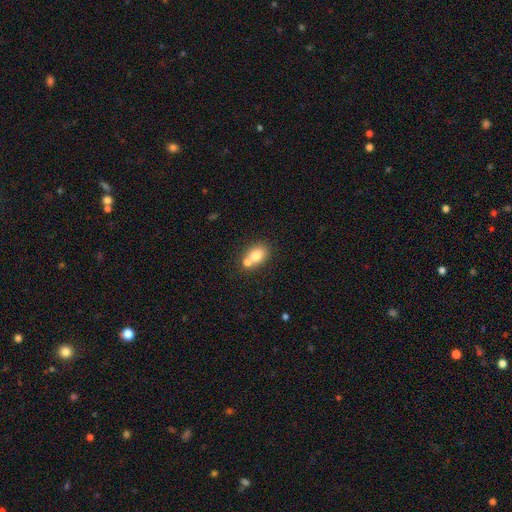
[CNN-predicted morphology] This appears to be a smooth galaxy with no disk features (77%) that is in between round and cigar-shaped (66%). Merging: none (44%).